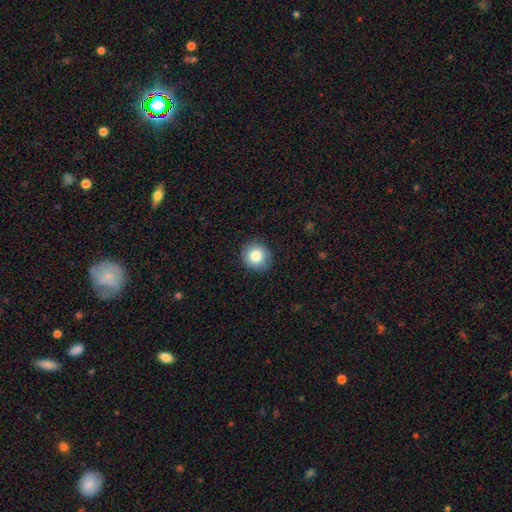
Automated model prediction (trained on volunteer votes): Smooth or featured?
  - smooth: 83% *
  - star or artifact: 9%
  - featured or disk: 8%
How rounded?
  - round: 91% *
  - in between: 8%
  - cigar-shaped: 1%
Merging?
  - none: 90% *
  - minor disturbance: 7%
  - major disturbance: 2%
  - merger: 1%